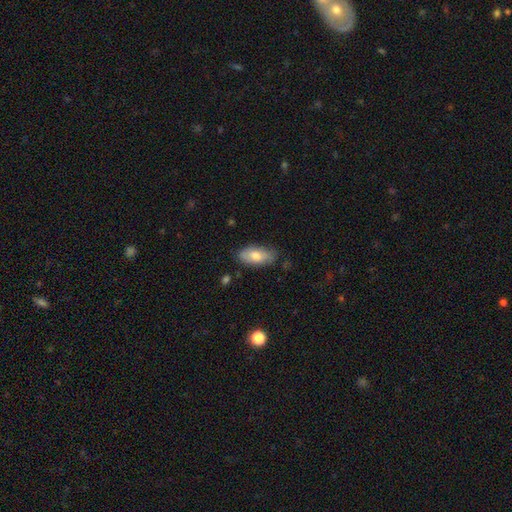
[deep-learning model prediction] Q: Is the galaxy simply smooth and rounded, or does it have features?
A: smooth — 74%.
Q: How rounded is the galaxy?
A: in between — 90%.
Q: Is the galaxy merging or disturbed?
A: none — 76%.